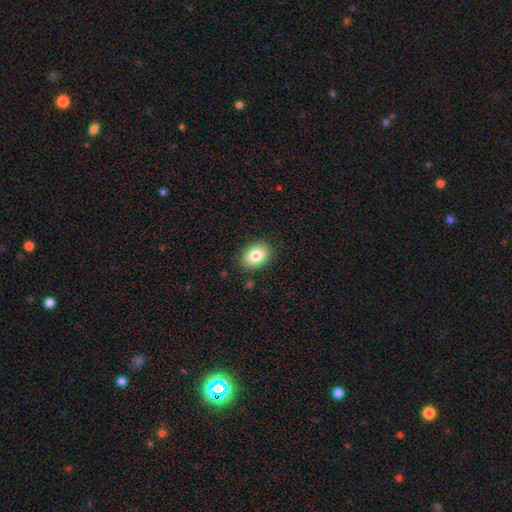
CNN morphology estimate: A smooth galaxy with no disk features (81%) that is in between round and cigar-shaped (76%).

Vote fractions:
- Smooth or featured? smooth: 81% / featured or disk: 11% / star or artifact: 8%
- How rounded? in between: 76% / round: 23% / cigar-shaped: 1%
- Merging? none: 86% / minor disturbance: 10% / major disturbance: 2% / merger: 1%